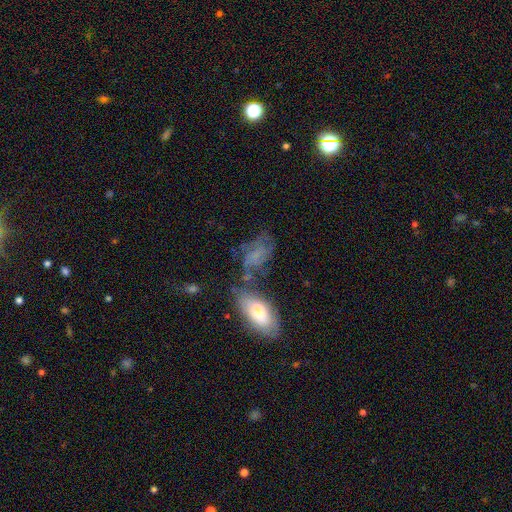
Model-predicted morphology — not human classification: smooth_or_featured: featured or disk (p=0.48) [alt: smooth p=0.37]
merging: none (p=0.44) [alt: minor disturbance p=0.23]